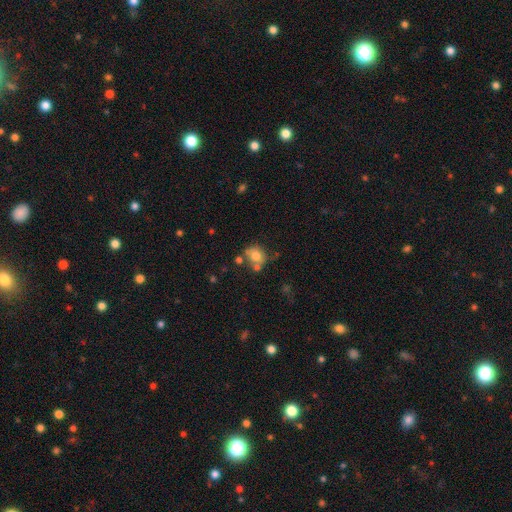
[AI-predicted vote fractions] Overall: smooth (71%). How rounded: round (71%). Merging: none (52%; merger 22%).